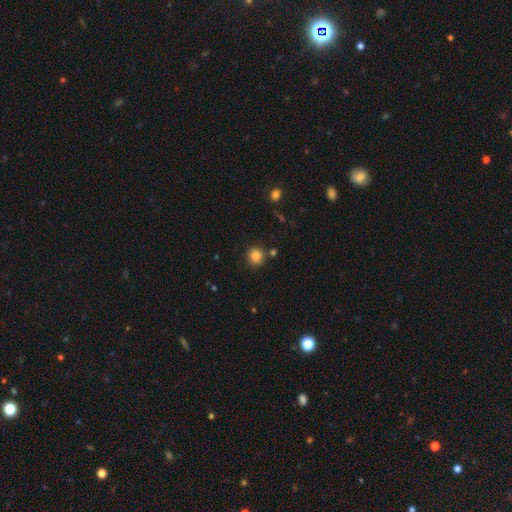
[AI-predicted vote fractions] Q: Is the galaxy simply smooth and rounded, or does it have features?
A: smooth — 84%.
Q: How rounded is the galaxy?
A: round — 88%.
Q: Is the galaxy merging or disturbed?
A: none — 82%.